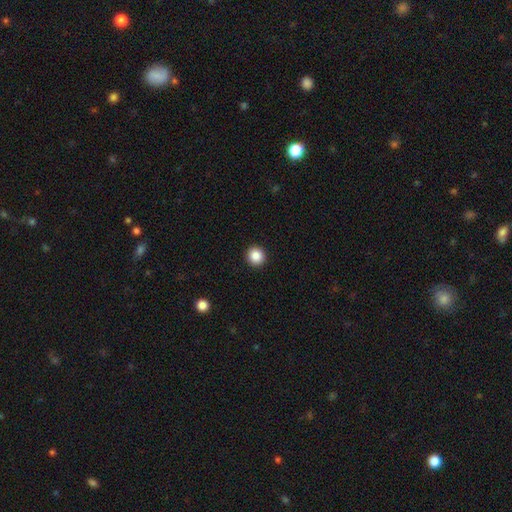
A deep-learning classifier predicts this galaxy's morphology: This is clearly a smooth galaxy (87%). How rounded: clearly round (94%). Merging: clearly none (94%).